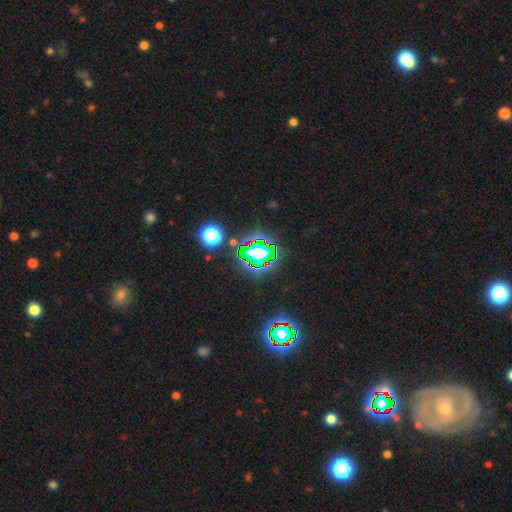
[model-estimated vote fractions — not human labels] smooth-or-featured: star or artifact: 71% | smooth: 17% | featured or disk: 12%